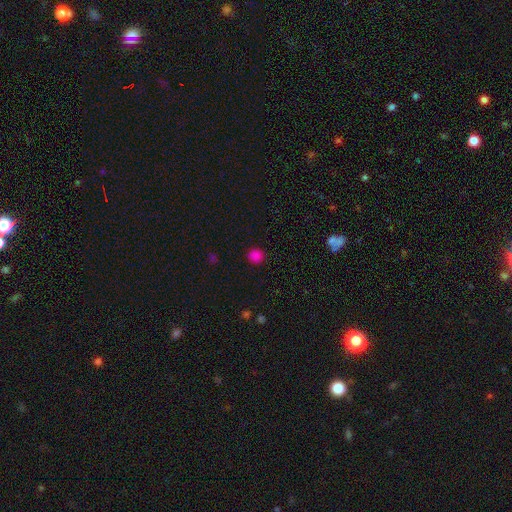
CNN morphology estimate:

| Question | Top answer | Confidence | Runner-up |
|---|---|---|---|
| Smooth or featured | smooth | 82% | star or artifact (16%) |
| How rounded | round | 89% | in between (10%) |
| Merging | none | 91% | minor disturbance (6%) |